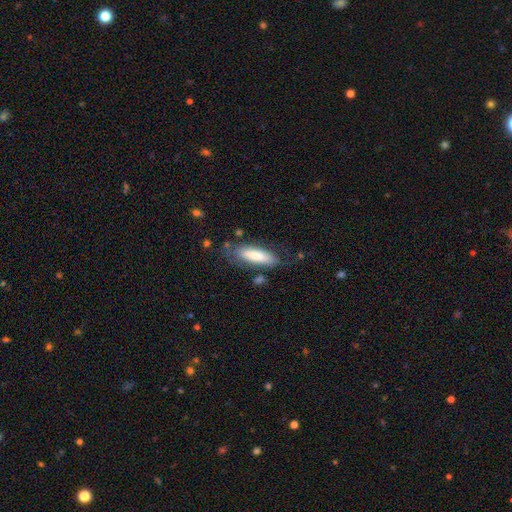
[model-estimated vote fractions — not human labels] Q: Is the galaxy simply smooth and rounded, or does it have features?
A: smooth — 73%.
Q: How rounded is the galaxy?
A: cigar-shaped — 50%.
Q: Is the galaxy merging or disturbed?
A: none — 68%.